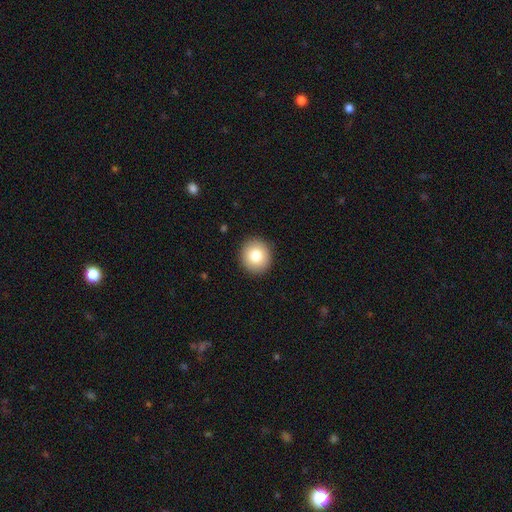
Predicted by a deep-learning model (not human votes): A smooth galaxy with no disk features (81%) that is round (87%). Merging: none (92%).